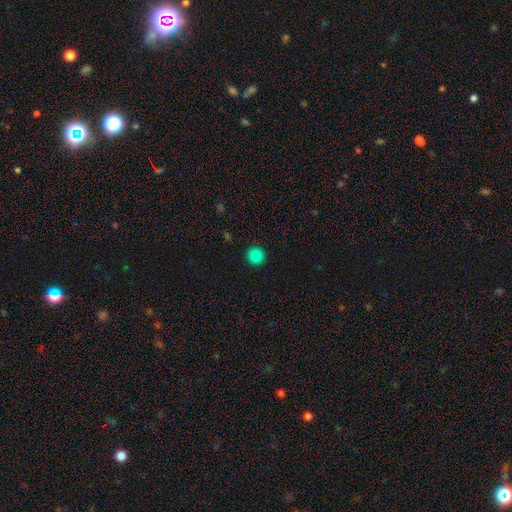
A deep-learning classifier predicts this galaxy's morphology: Q: Smooth or featured?
A: smooth (84%); runner-up: star or artifact (11%)
Q: How rounded?
A: round (95%); runner-up: in between (4%)
Q: Merging?
A: none (93%); runner-up: minor disturbance (4%)